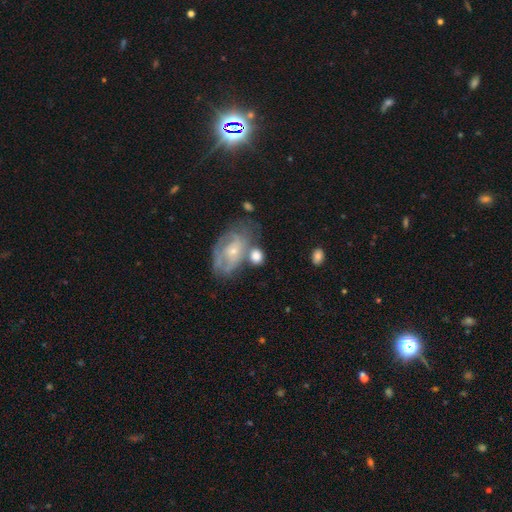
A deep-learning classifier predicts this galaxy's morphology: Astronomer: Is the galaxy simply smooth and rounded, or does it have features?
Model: smooth — 53% (runner-up: featured or disk, 39%).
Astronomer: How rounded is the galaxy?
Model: in between — 54% (runner-up: round, 44%).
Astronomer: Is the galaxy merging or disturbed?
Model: none — 44% (runner-up: merger, 24%).